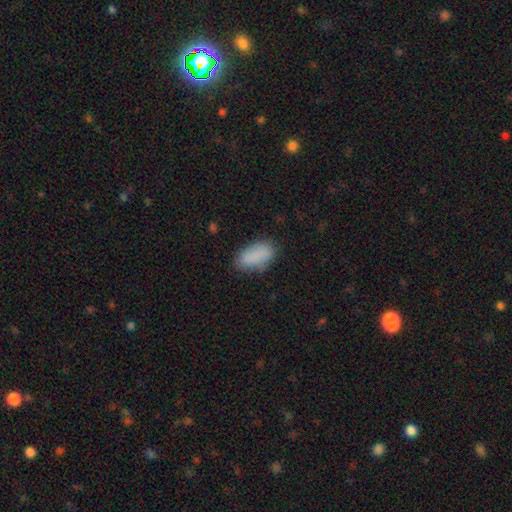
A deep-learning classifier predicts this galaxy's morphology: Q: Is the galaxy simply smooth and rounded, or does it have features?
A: smooth — 87%.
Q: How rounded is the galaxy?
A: in between — 92%.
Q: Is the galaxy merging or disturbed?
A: none — 78%.